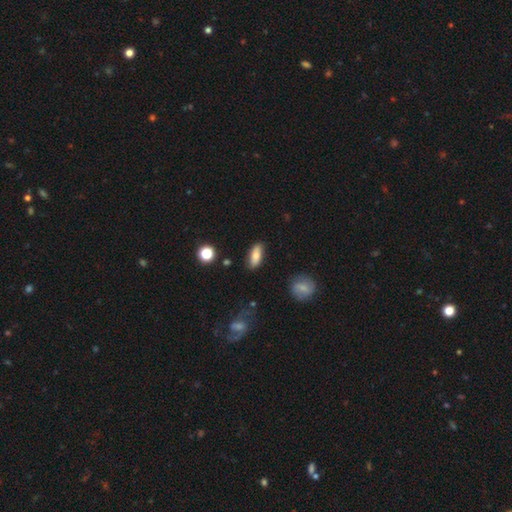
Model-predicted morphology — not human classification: Smooth or featured: smooth — 77% (featured or disk — 16%)
How rounded: in between — 76% (cigar-shaped — 20%)
Merging: none — 84% (minor disturbance — 12%)